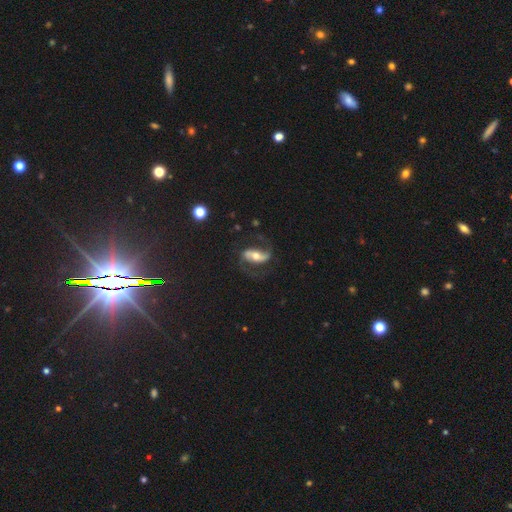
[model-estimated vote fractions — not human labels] This is likely a featured or disk galaxy (78%). It is clearly not viewed edge-on (93%). Bar: possibly strong (47%). Spiral arm pattern: clearly yes (92%). Spiral arm count: clearly 2 (91%). Spiral winding: possibly loose (48%). Central bulge: likely moderate (65%). Merging: likely none (68%).